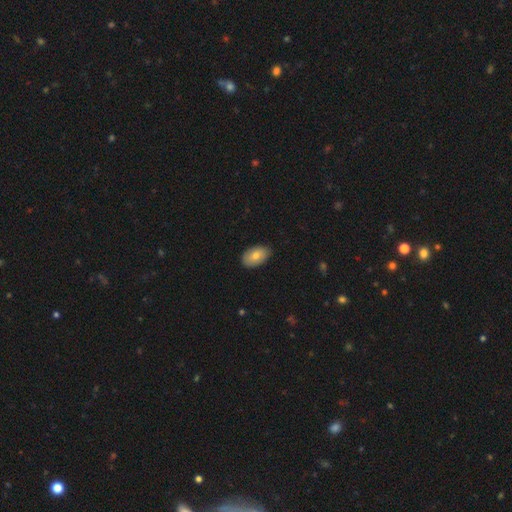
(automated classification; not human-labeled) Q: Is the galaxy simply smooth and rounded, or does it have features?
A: smooth — 77%.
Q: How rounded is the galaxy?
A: in between — 92%.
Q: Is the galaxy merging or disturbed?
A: none — 86%.